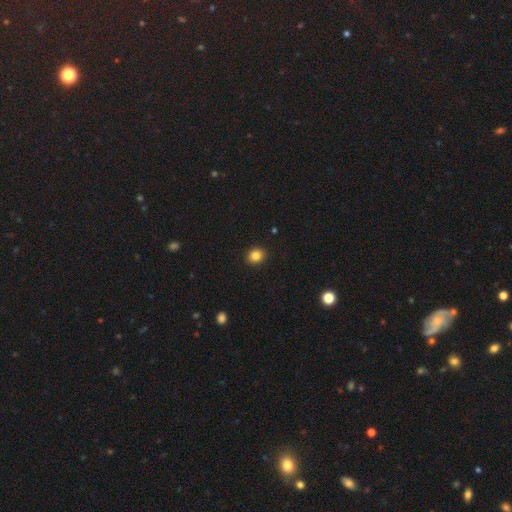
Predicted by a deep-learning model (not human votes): Smooth or featured? Predicted: smooth (p=0.84). How rounded? Predicted: round (p=0.73). Merging? Predicted: none (p=0.92).